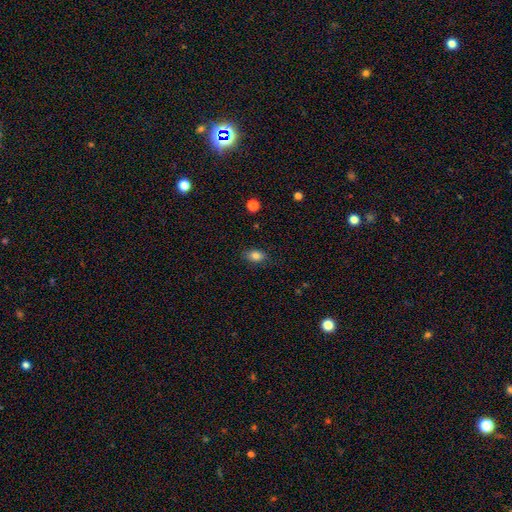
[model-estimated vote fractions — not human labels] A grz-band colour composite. It shows a smooth galaxy with no disk features (84%) that is in between round and cigar-shaped (79%). Merging: none (84%).